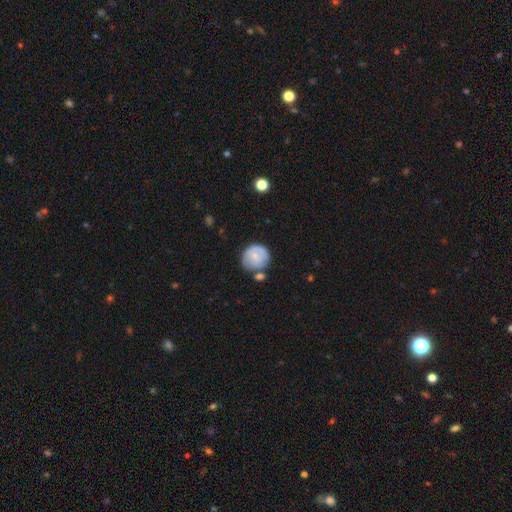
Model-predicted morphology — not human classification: Smooth or featured? smooth (63%)
How rounded? round (87%)
Merging? none (56%)